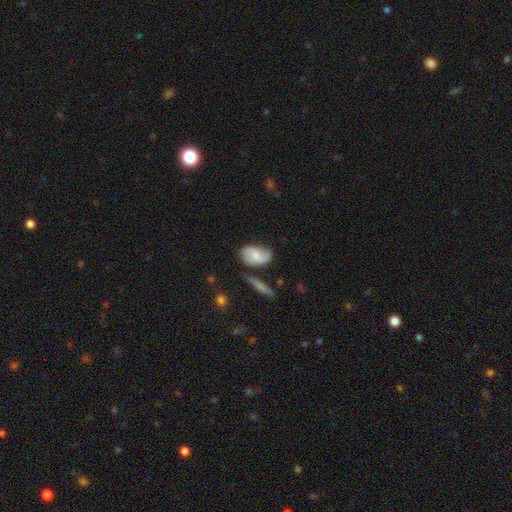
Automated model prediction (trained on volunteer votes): smooth_or_featured: smooth (p=0.52) [alt: featured or disk p=0.41]
how_rounded: in between (p=0.86) [alt: round p=0.11]
merging: none (p=0.54) [alt: minor disturbance p=0.27]